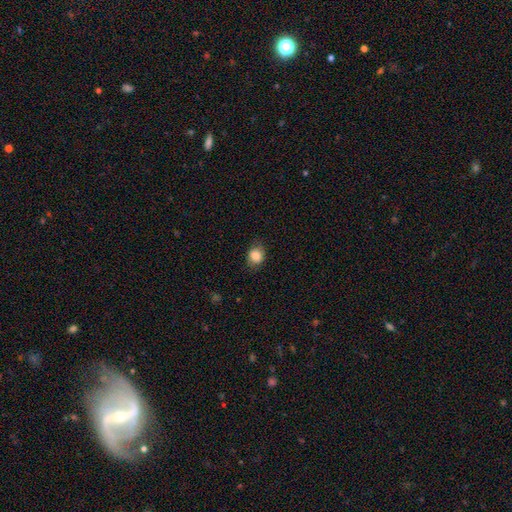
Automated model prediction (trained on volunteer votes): A smooth galaxy with no disk features (84%) that is round (56%). Merging: none (76%).